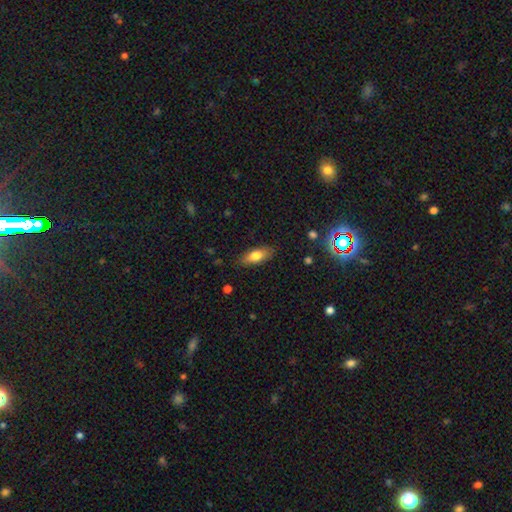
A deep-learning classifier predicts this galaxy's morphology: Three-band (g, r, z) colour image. It shows a smooth galaxy with no disk features (74%) that is in between round and cigar-shaped (76%). Merging: none (83%).